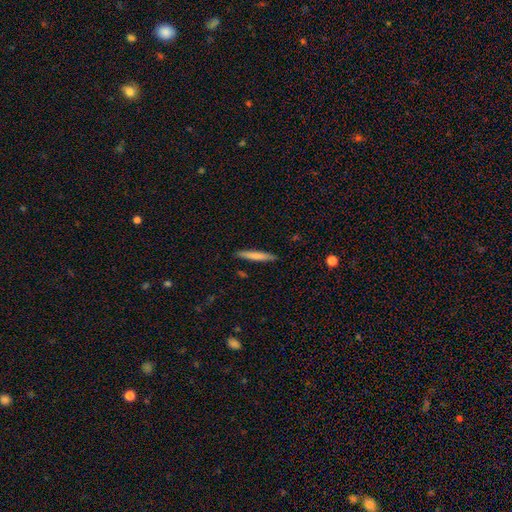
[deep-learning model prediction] The model was most divided on "smooth or featured": smooth: 75%, featured or disk: 20%, star or artifact: 6%. More confident: how rounded — cigar-shaped (95%); merging — none (89%).